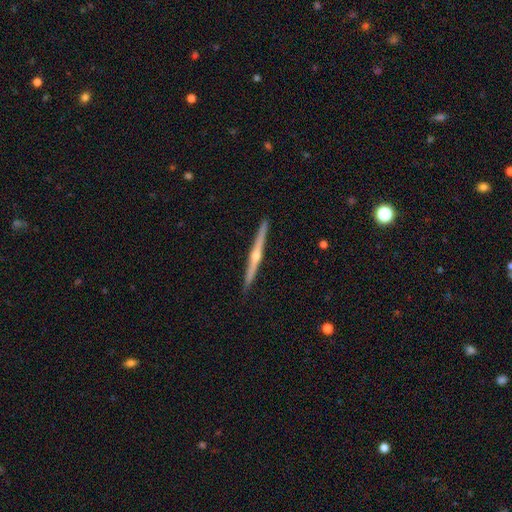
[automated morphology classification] A featured or disk galaxy (81%) viewed edge-on (98%) with a rounded central bulge (86%).

Vote fractions:
- Smooth or featured? featured or disk: 81% / smooth: 14% / star or artifact: 5%
- Edge-on disk? yes: 98% / no: 2%
- Edge-on bulge? rounded: 86% / none: 10% / boxy: 4%
- Merging? none: 92% / minor disturbance: 5% / major disturbance: 1% / merger: 1%